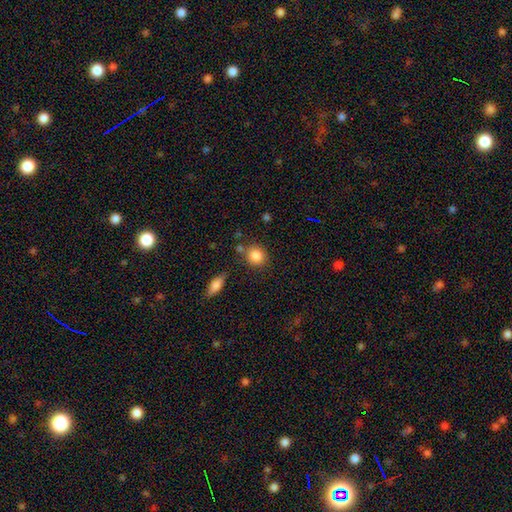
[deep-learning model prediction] Q: Smooth or featured?
A: smooth (86%); runner-up: star or artifact (9%)
Q: How rounded?
A: round (82%); runner-up: in between (17%)
Q: Merging?
A: none (76%); runner-up: minor disturbance (11%)